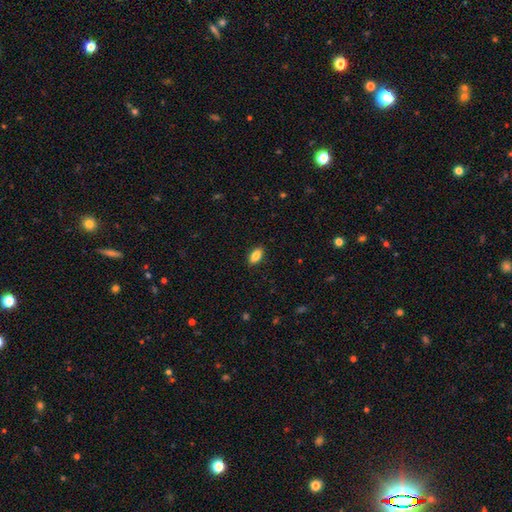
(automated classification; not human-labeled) Smooth or featured? Predicted: smooth (p=0.88). How rounded? Predicted: in between (p=0.90). Merging? Predicted: none (p=0.89).